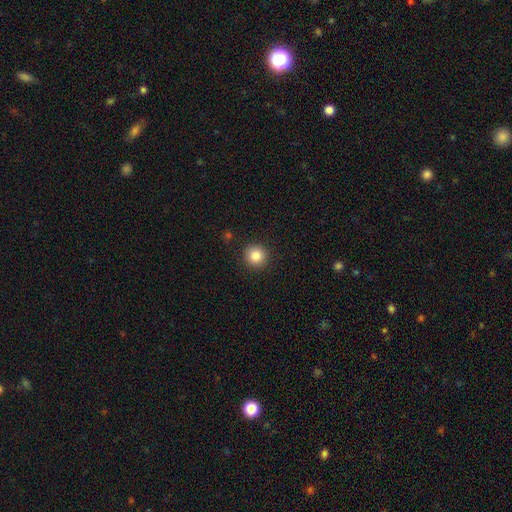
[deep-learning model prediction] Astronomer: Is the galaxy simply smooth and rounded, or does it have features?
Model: smooth — 85%.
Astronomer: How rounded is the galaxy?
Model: round — 94%.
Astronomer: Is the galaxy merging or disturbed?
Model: none — 91%.